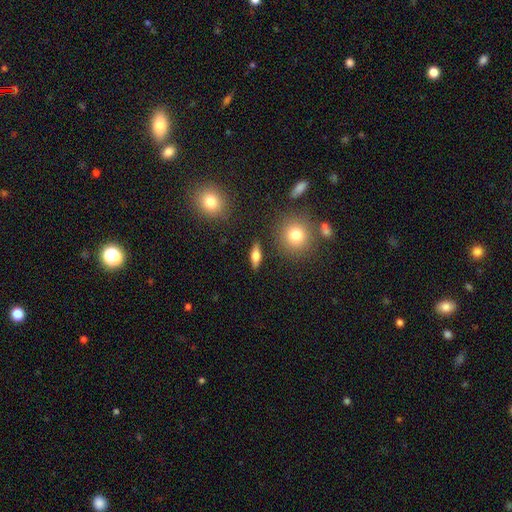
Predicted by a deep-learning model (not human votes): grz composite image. It shows a smooth galaxy with no disk features (63%) that is in between round and cigar-shaped (58%). Merging: none (86%).